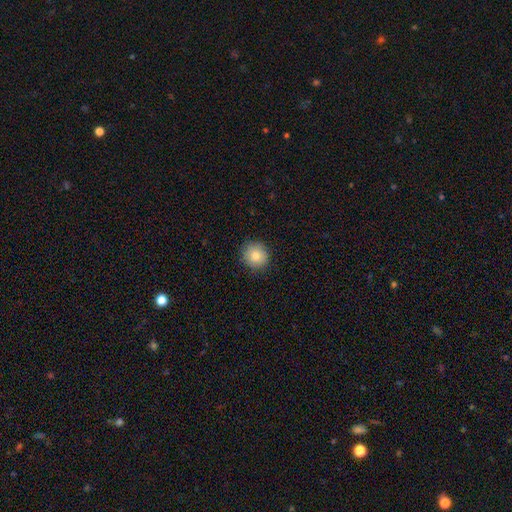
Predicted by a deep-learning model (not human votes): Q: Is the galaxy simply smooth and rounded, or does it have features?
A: smooth — 82%.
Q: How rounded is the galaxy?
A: round — 89%.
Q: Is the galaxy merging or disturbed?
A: none — 88%.